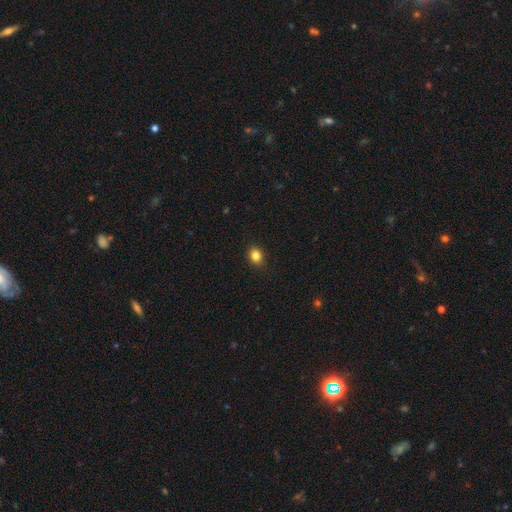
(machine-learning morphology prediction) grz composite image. It shows a smooth galaxy with no disk features (84%) that is round (55%). Merging: none (89%).